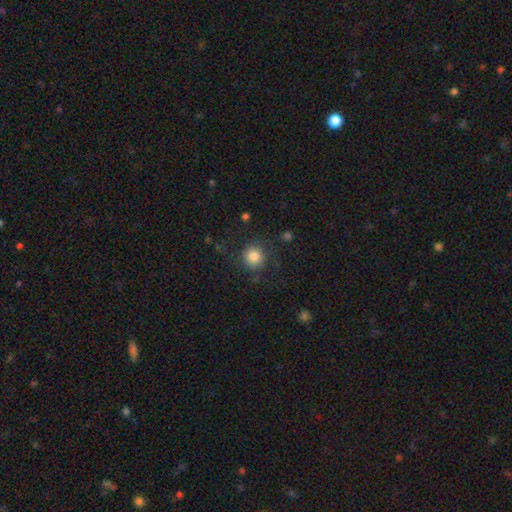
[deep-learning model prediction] Smooth or featured: smooth — 82% (star or artifact — 11%)
How rounded: round — 94% (in between — 5%)
Merging: none — 84% (minor disturbance — 10%)